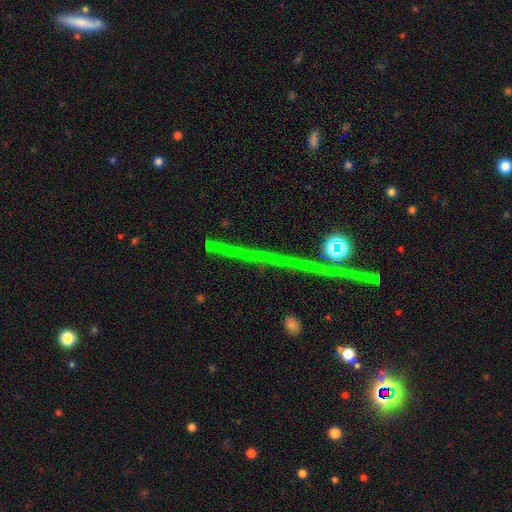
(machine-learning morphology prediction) type=star or artifact (73%).